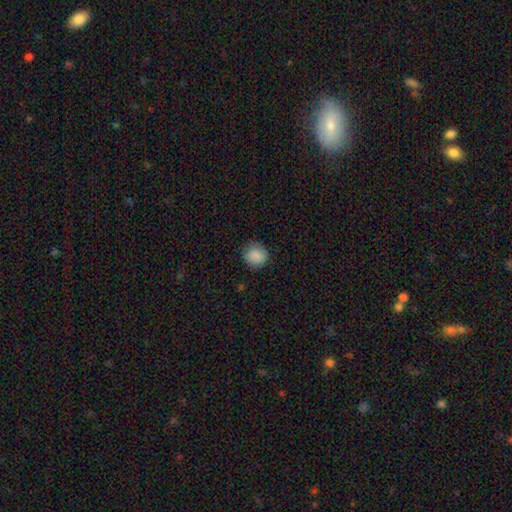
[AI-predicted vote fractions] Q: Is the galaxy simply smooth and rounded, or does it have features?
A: smooth — 88%.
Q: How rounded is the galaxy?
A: round — 84%.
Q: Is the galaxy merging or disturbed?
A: none — 83%.